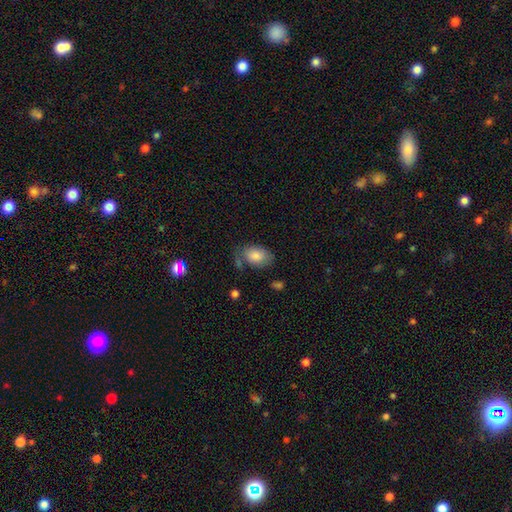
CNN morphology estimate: A smooth galaxy with no disk features (82%) that is in between round and cigar-shaped (86%).

Vote fractions:
- Smooth or featured? smooth: 82% / featured or disk: 10% / star or artifact: 7%
- How rounded? in between: 86% / round: 13% / cigar-shaped: 1%
- Merging? none: 61% / minor disturbance: 23% / major disturbance: 9% / merger: 7%